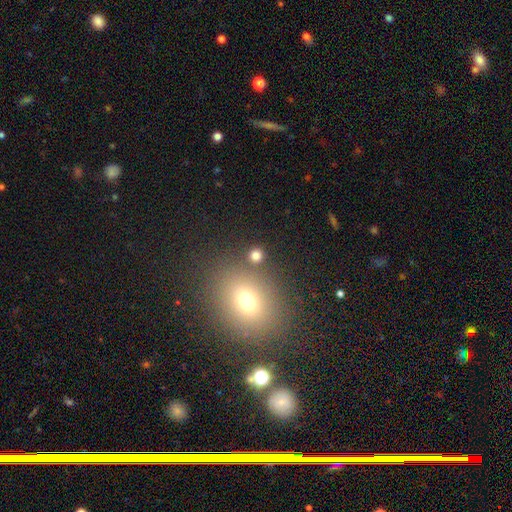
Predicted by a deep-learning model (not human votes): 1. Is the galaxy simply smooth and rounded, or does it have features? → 77% smooth, 16% star or artifact, 7% featured or disk.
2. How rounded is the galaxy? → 84% round, 15% in between, 1% cigar-shaped.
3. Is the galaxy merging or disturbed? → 79% none, 10% merger, 7% minor disturbance, 4% major disturbance.